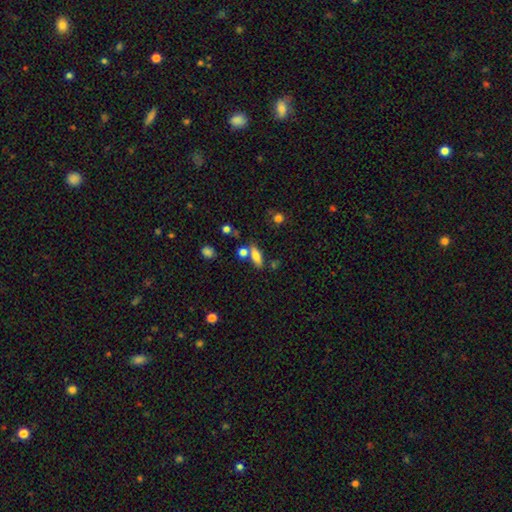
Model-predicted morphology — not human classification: smooth 73%, featured or disk 17%, star or artifact 10%. Down the decision tree: how rounded — in between (63%); merging — none (62%).